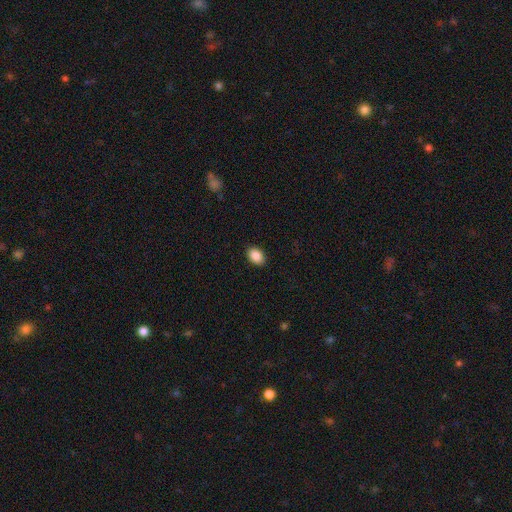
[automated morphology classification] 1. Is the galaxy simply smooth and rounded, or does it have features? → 89% smooth, 8% star or artifact, 3% featured or disk.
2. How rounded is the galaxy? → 79% in between, 20% round, 1% cigar-shaped.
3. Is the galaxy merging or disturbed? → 90% none, 7% minor disturbance, 2% major disturbance, 1% merger.